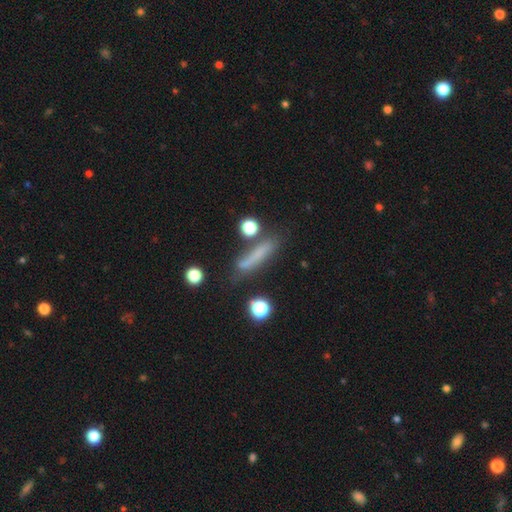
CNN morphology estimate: Smooth or featured?
  - smooth: 63% *
  - featured or disk: 24%
  - star or artifact: 13%
How rounded?
  - cigar-shaped: 80% *
  - in between: 14%
  - round: 5%
Merging?
  - none: 64% *
  - minor disturbance: 19%
  - merger: 8%
  - major disturbance: 8%